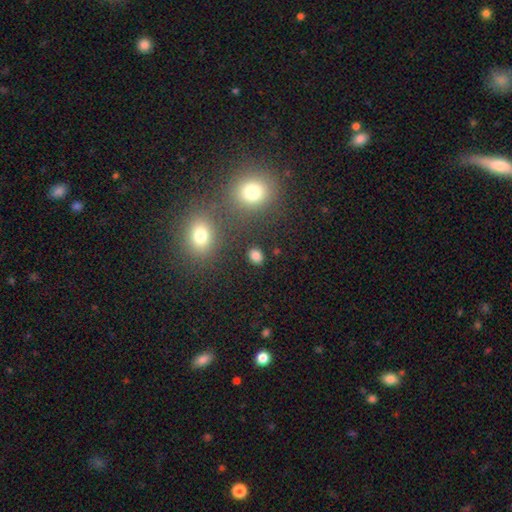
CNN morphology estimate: Smooth or featured?
  - smooth: 82% *
  - star or artifact: 13%
  - featured or disk: 4%
How rounded?
  - round: 49% * (tied)
  - in between: 49% * (tied)
  - cigar-shaped: 1%
Merging?
  - none: 86% *
  - minor disturbance: 8%
  - merger: 3%
  - major disturbance: 3%